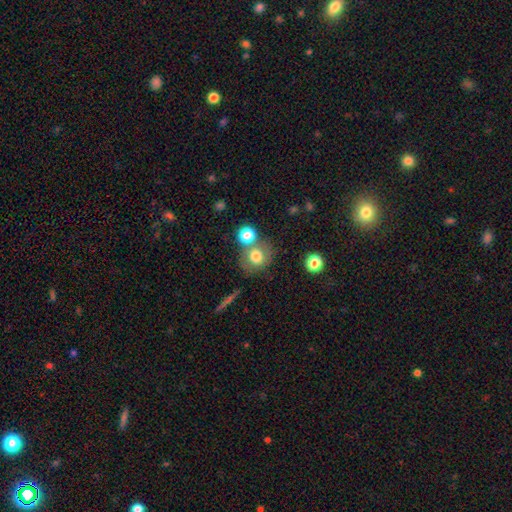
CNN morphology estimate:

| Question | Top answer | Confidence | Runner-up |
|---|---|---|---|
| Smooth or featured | smooth | 74% | featured or disk (15%) |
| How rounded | round | 79% | in between (20%) |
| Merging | none | 54% | merger (30%) |